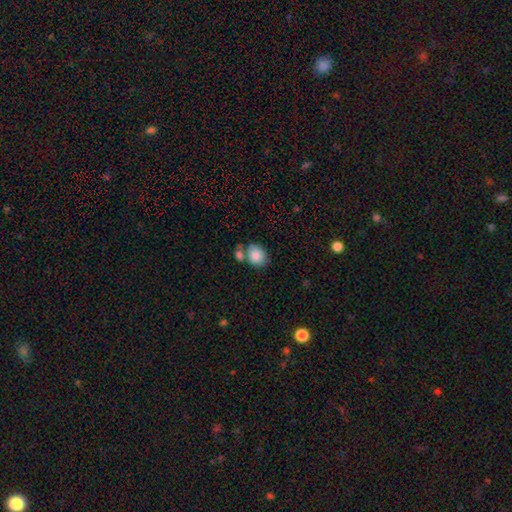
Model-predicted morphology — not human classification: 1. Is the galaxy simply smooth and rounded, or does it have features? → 85% smooth, 8% featured or disk, 7% star or artifact.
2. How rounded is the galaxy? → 55% in between, 44% round, 1% cigar-shaped.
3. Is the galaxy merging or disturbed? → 53% none, 27% merger, 15% minor disturbance, 5% major disturbance.